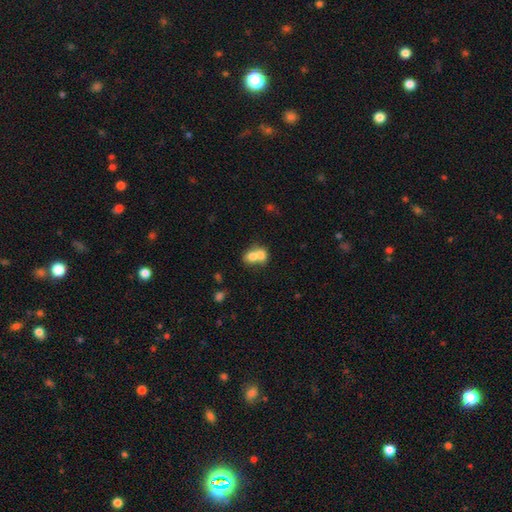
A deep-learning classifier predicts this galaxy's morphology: This is likely a smooth galaxy (71%). How rounded: possibly round (55%). Merging: likely merger (74%).